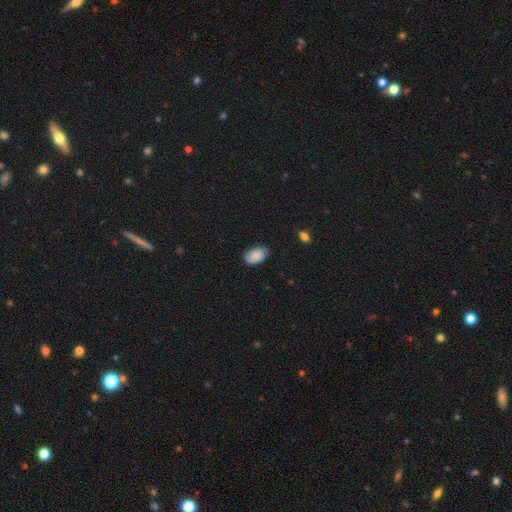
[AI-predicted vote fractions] Q: Smooth or featured?
A: smooth (84%); runner-up: featured or disk (9%)
Q: How rounded?
A: in between (91%); runner-up: round (7%)
Q: Merging?
A: none (78%); runner-up: minor disturbance (18%)